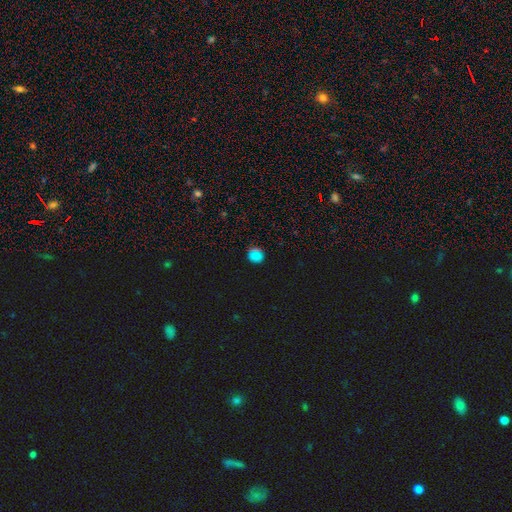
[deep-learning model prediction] Smooth or featured?
  - smooth: 61% *
  - star or artifact: 32%
  - featured or disk: 7%
How rounded?
  - round: 80% *
  - in between: 18%
  - cigar-shaped: 2%
Merging?
  - none: 77% *
  - minor disturbance: 14%
  - major disturbance: 5%
  - merger: 4%